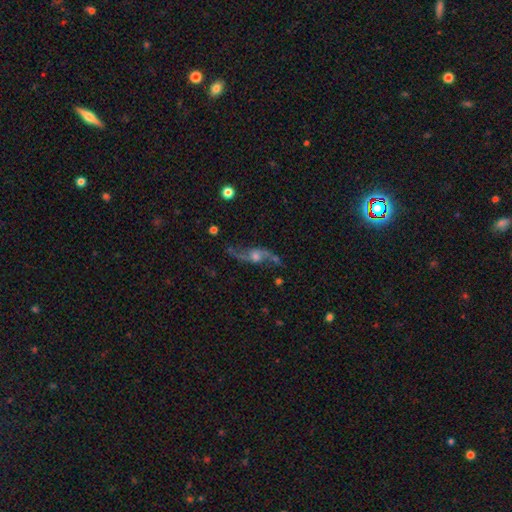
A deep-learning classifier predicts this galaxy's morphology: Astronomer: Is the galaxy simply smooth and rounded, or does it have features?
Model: featured or disk — 84%.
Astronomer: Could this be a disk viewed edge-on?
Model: no — 90%.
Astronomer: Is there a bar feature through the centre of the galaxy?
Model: no — 65%.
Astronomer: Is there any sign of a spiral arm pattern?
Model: yes — 94%.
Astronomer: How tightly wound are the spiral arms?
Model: loose — 88%.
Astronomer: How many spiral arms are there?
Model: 2 — 93%.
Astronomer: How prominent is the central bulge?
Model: moderate — 50% (runner-up: small, 35%).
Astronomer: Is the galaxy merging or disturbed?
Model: none — 68%.